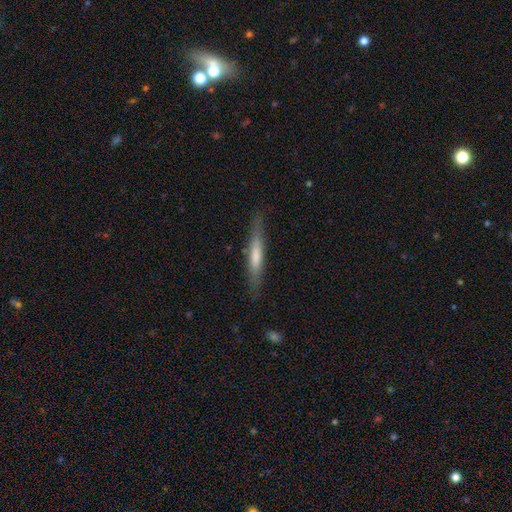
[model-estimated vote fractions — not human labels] This is possibly a smooth galaxy (59%). How rounded: clearly cigar-shaped (92%). Merging: clearly none (83%).